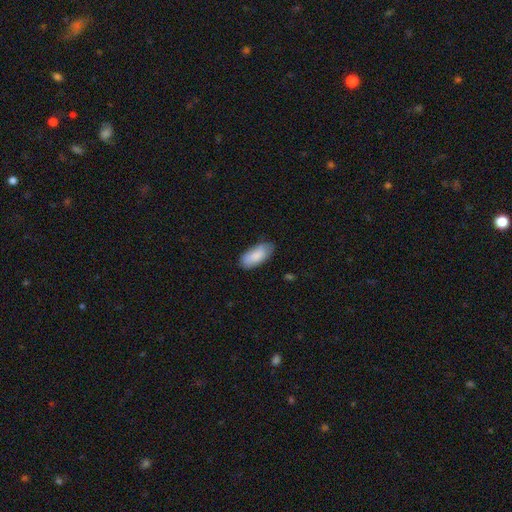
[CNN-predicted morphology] This appears to be a smooth galaxy with no disk features (85%) that is in between round and cigar-shaped (90%). Merging: none (70%).